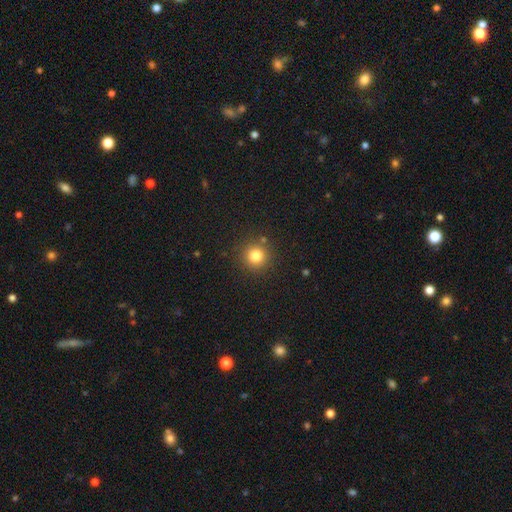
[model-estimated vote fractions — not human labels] Smooth or featured: smooth — 81% (star or artifact — 13%)
How rounded: round — 94% (in between — 5%)
Merging: none — 88% (minor disturbance — 6%)